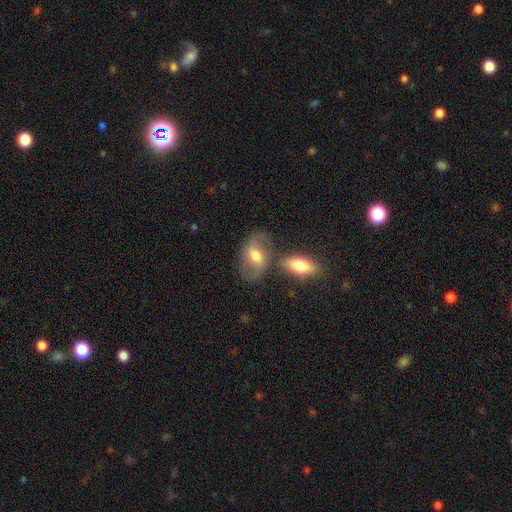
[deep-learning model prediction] Smooth or featured? featured or disk (49%)
Merging? none (59%)